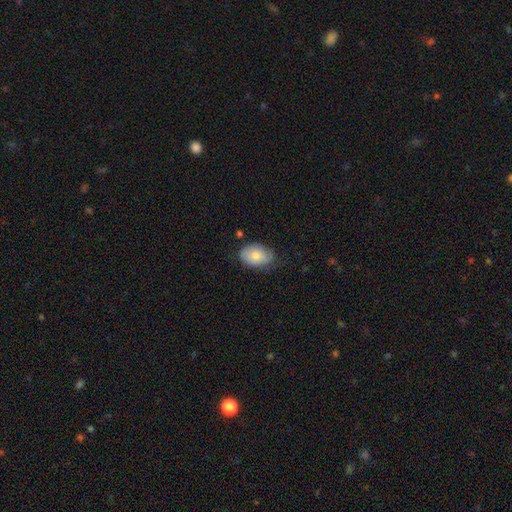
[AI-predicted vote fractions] smooth_or_featured: smooth (p=0.74) [alt: featured or disk p=0.19]
how_rounded: in between (p=0.85) [alt: round p=0.14]
merging: none (p=0.64) [alt: minor disturbance p=0.29]